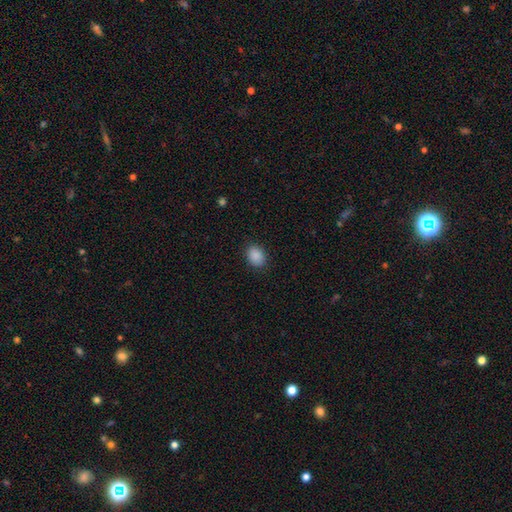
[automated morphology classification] smooth-or-featured: smooth: 89% | star or artifact: 8% | featured or disk: 3%
  how-rounded: in between: 60% | round: 40% | cigar-shaped: 1%
  merging: none: 87% | minor disturbance: 9% | major disturbance: 3% | merger: 1%